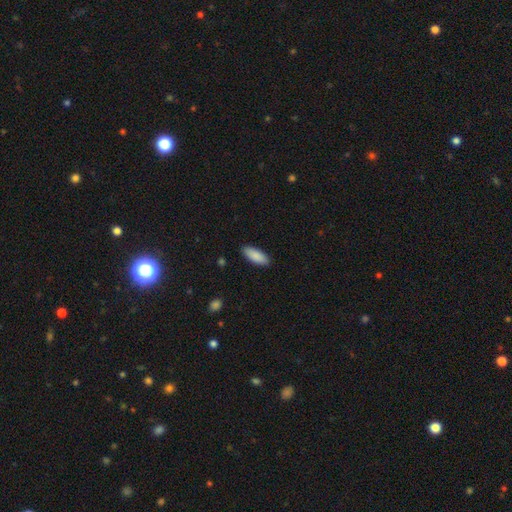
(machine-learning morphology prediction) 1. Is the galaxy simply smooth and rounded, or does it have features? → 89% smooth, 6% star or artifact, 5% featured or disk.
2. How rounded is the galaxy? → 78% in between, 20% cigar-shaped, 2% round.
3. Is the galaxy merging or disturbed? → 89% none, 8% minor disturbance, 2% major disturbance, 1% merger.